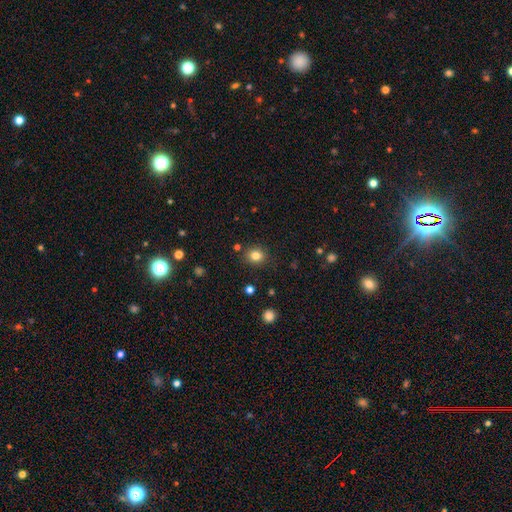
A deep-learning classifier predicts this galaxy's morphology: This is clearly a smooth galaxy (82%). How rounded: likely round (73%). Merging: clearly none (86%).